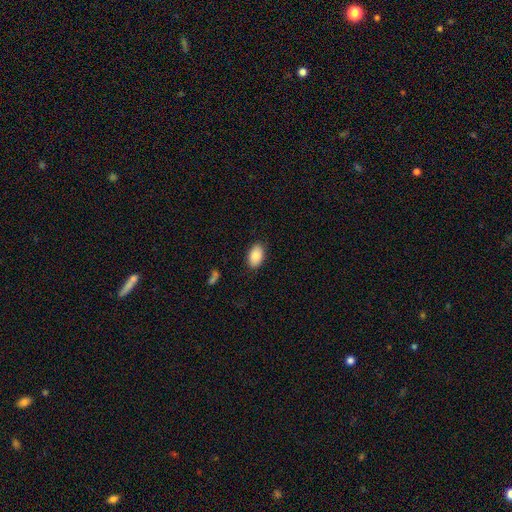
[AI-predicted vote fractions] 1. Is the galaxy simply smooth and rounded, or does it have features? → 86% smooth, 7% featured or disk, 7% star or artifact.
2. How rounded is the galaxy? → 93% in between, 6% round, 1% cigar-shaped.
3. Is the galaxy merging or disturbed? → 87% none, 10% minor disturbance, 2% major disturbance, 1% merger.